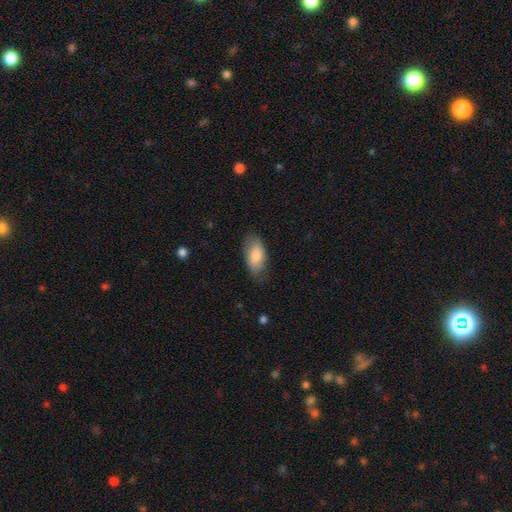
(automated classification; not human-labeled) smooth-or-featured: smooth: 81% | featured or disk: 13% | star or artifact: 6%
  how-rounded: in between: 93% | round: 4% | cigar-shaped: 3%
  merging: none: 74% | minor disturbance: 20% | major disturbance: 5% | merger: 1%